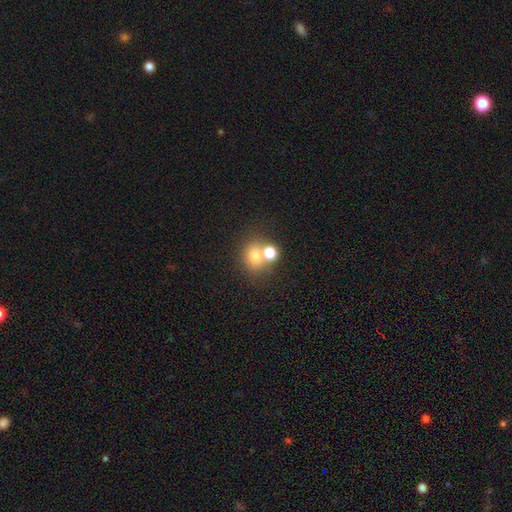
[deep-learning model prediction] smooth 73%, star or artifact 14%, featured or disk 13%. Down the decision tree: how rounded — round (72%); merging — none (46%).